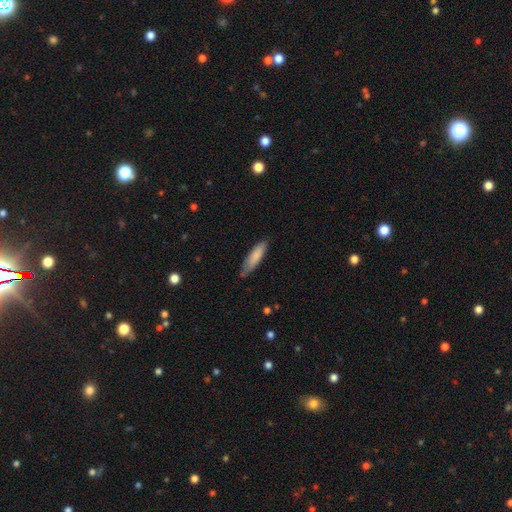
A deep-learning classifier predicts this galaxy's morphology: type=smooth (81%); roundness=cigar-shaped (60%); merging=none (72%).